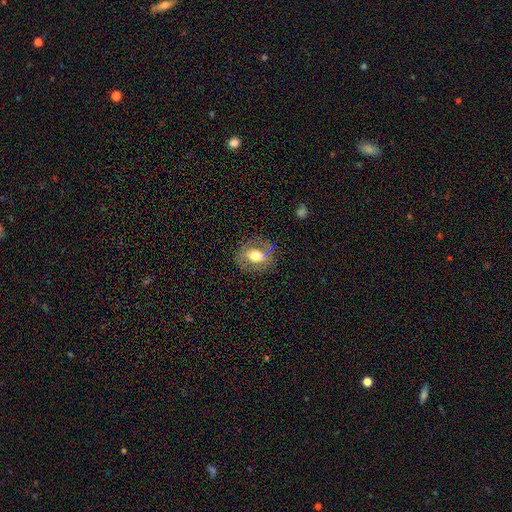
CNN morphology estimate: A smooth galaxy with no disk features (47%). Merging: none (72%).